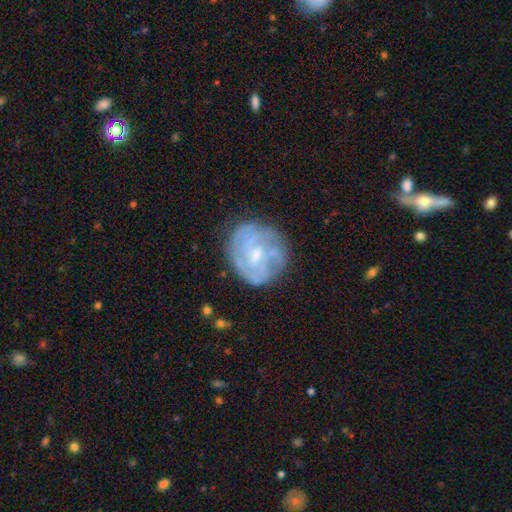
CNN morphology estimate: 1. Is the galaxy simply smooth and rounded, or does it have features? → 70% featured or disk, 23% smooth, 7% star or artifact.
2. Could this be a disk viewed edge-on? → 98% no, 2% yes.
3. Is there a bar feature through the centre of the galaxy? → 50% no, 43% weak, 7% strong.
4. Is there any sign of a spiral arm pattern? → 72% yes, 28% no.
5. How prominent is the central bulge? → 54% small, 36% moderate, 8% none, 2% large, 1% dominant.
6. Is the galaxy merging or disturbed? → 68% none, 19% minor disturbance, 9% major disturbance, 3% merger.